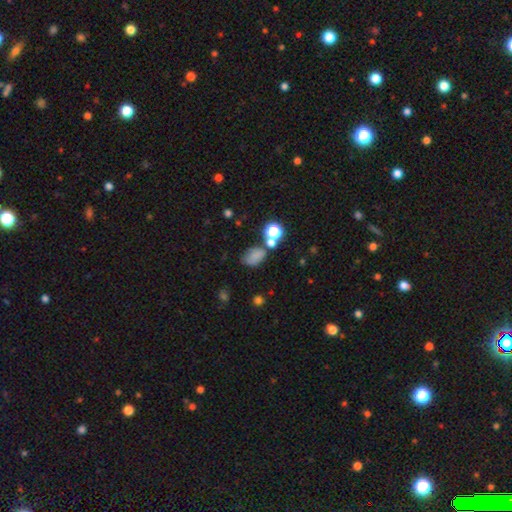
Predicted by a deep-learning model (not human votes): smooth_or_featured: smooth (p=0.70) [alt: star or artifact p=0.19]
how_rounded: in between (p=0.77) [alt: round p=0.21]
merging: none (p=0.49) [alt: minor disturbance p=0.22]